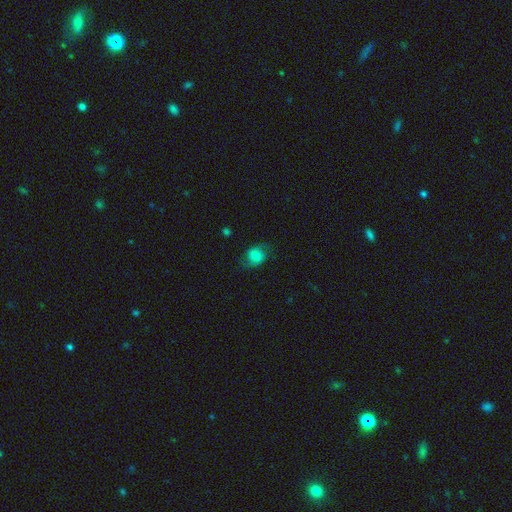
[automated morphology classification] Smooth or featured: smooth — 58% (featured or disk — 32%)
How rounded: in between — 51% (round — 48%)
Merging: none — 67% (minor disturbance — 20%)